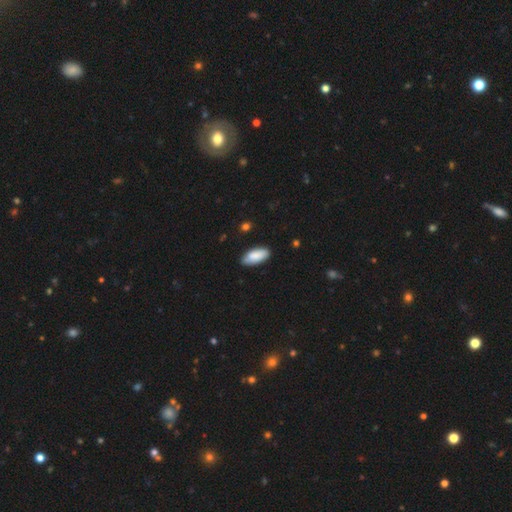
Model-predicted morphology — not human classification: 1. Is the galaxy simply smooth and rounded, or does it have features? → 87% smooth, 8% featured or disk, 6% star or artifact.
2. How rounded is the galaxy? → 89% in between, 10% cigar-shaped, 2% round.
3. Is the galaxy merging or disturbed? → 84% none, 13% minor disturbance, 2% major disturbance, 1% merger.